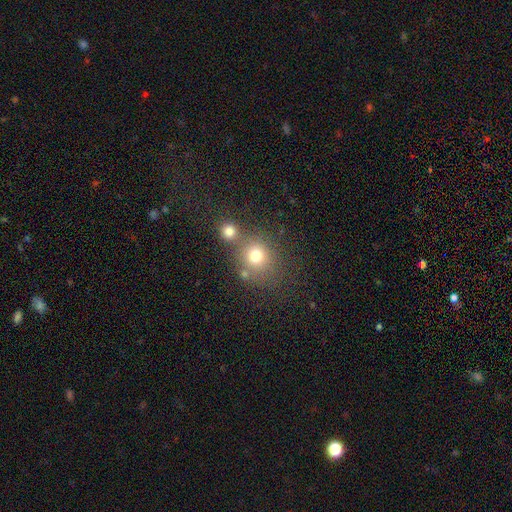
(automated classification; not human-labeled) Smooth or featured? Predicted: smooth (p=0.74). How rounded? Predicted: round (p=0.83). Merging? Predicted: none (p=0.56).